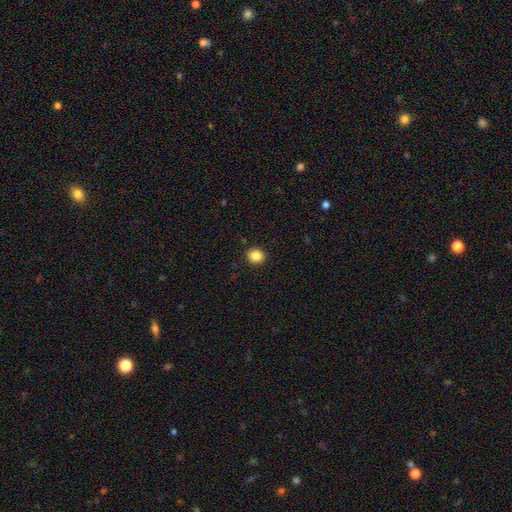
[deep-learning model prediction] This is clearly a smooth galaxy (87%). How rounded: likely round (77%). Merging: clearly none (91%).